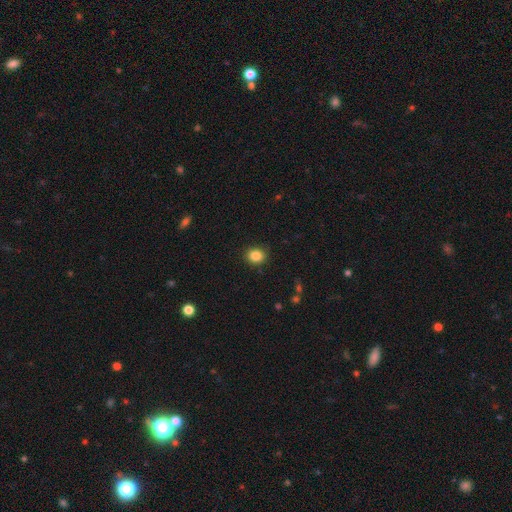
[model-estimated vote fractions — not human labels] Q: Smooth or featured?
A: smooth (86%); runner-up: star or artifact (10%)
Q: How rounded?
A: round (72%); runner-up: in between (28%)
Q: Merging?
A: none (89%); runner-up: minor disturbance (7%)